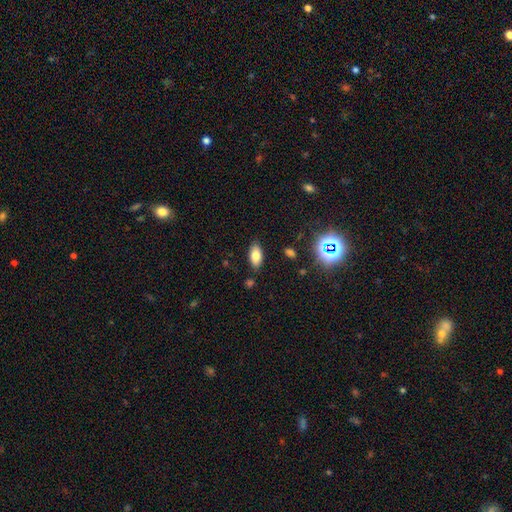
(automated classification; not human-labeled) A smooth galaxy with no disk features (77%) that is in between round and cigar-shaped (90%).

Vote fractions:
- Smooth or featured? smooth: 77% / featured or disk: 12% / star or artifact: 11%
- How rounded? in between: 90% / cigar-shaped: 7% / round: 4%
- Merging? none: 85% / minor disturbance: 11% / major disturbance: 3% / merger: 2%